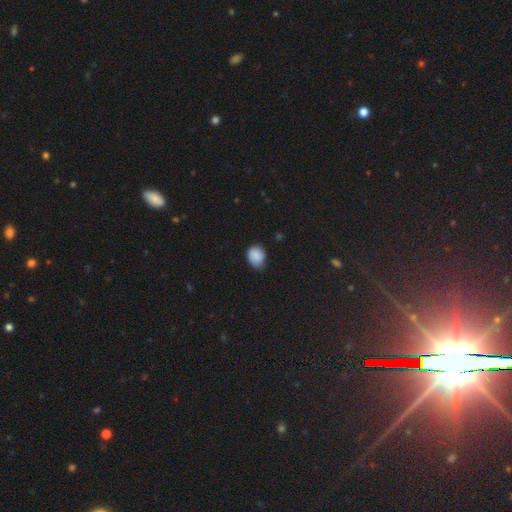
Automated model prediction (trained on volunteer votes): A smooth galaxy with no disk features (87%) that is round (55%). Merging: none (68%).